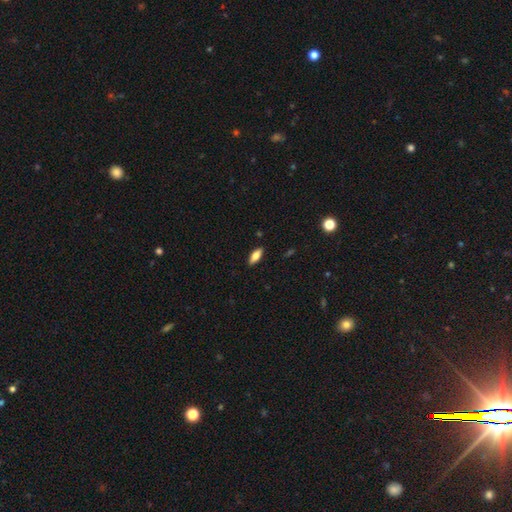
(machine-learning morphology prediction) smooth_or_featured: smooth (p=0.74) [alt: featured or disk p=0.19]
how_rounded: in between (p=0.76) [alt: cigar-shaped p=0.21]
merging: none (p=0.89) [alt: minor disturbance p=0.08]